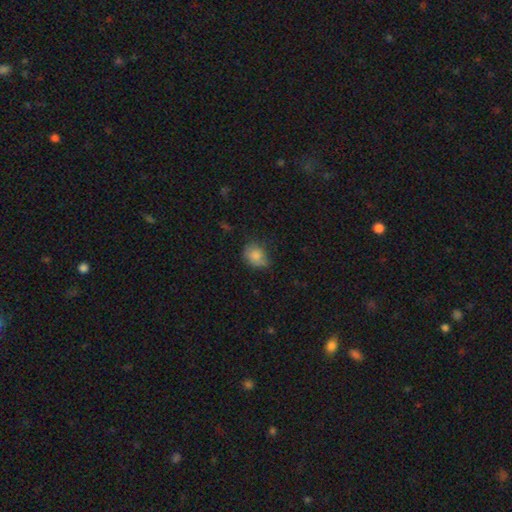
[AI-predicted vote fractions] This is clearly a smooth galaxy (81%). How rounded: possibly round (51%). Merging: possibly none (54%).